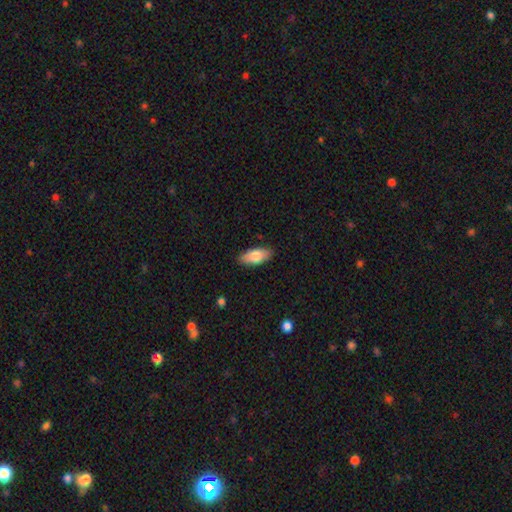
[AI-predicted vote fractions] smooth 79%, featured or disk 15%, star or artifact 6%. Down the decision tree: how rounded — in between (87%); merging — none (88%).